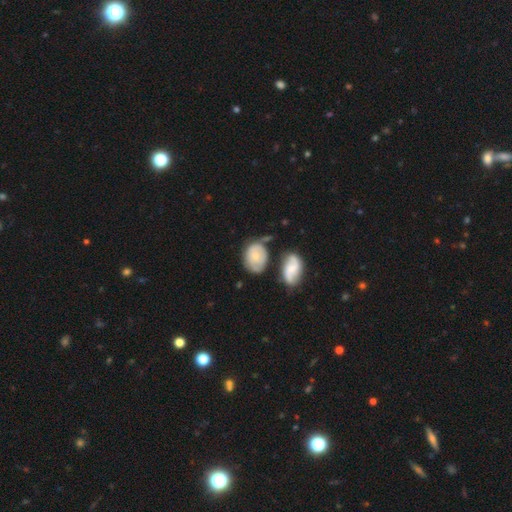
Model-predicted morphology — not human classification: A smooth galaxy with no disk features (58%) that is in between round and cigar-shaped (66%).

Vote fractions:
- Smooth or featured? smooth: 58% / featured or disk: 35% / star or artifact: 7%
- How rounded? in between: 66% / round: 33% / cigar-shaped: 1%
- Merging? none: 44% / minor disturbance: 28% / merger: 17% / major disturbance: 11%